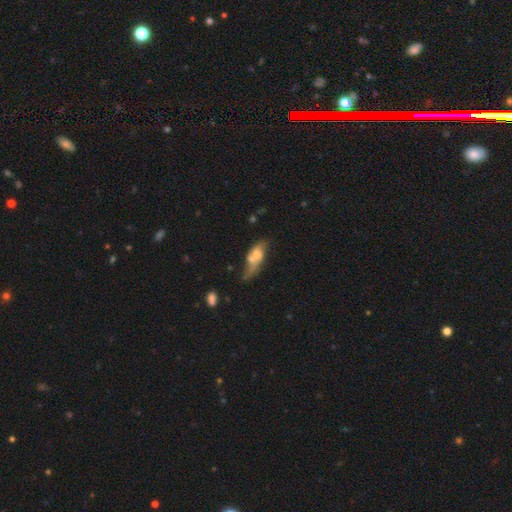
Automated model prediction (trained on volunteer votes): A featured or disk galaxy (46%). Merging: merger (32%).